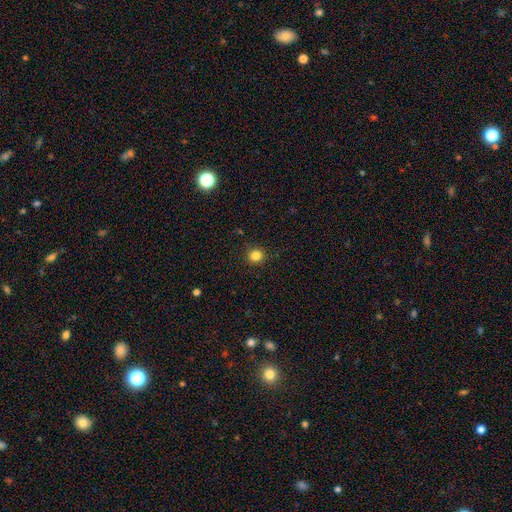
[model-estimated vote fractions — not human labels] Morphology: type=smooth (82%); roundness=round (92%); merging=none (90%).